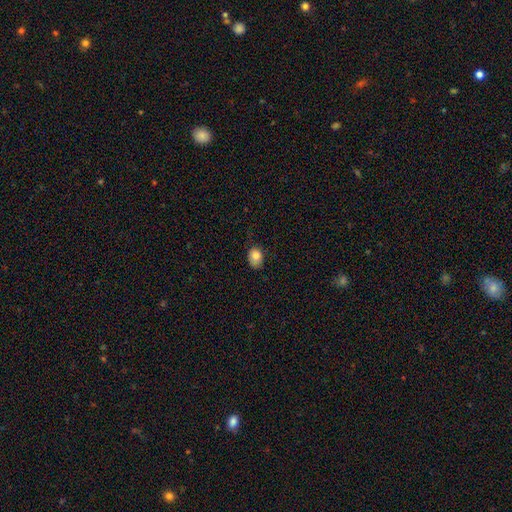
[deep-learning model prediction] Smooth or featured?
  - smooth: 82% *
  - star or artifact: 9%
  - featured or disk: 9%
How rounded?
  - in between: 63% *
  - round: 36%
  - cigar-shaped: 1%
Merging?
  - none: 65% *
  - minor disturbance: 28%
  - major disturbance: 6%
  - merger: 1%